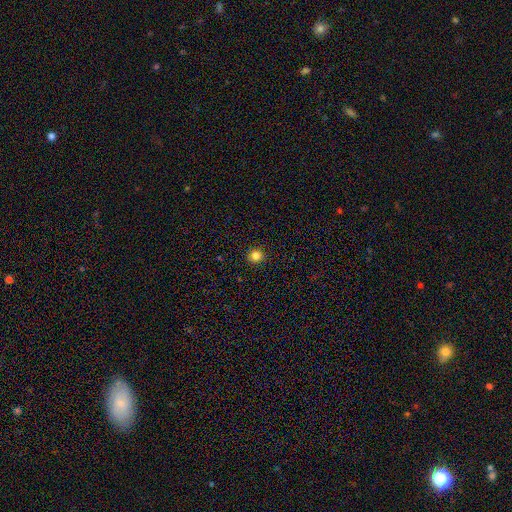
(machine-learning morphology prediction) Smooth or featured? smooth (83%)
How rounded? round (93%)
Merging? none (93%)